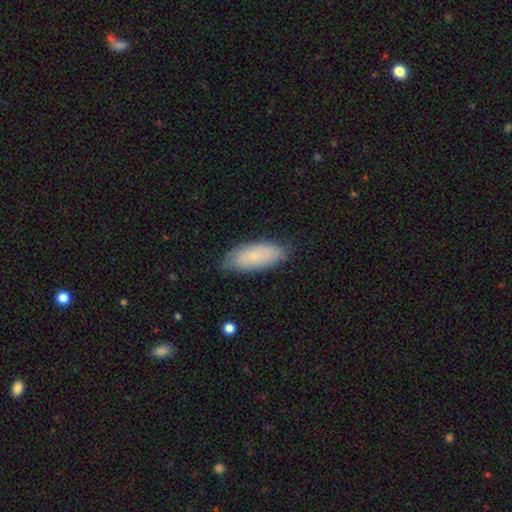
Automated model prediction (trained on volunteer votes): Smooth or featured? smooth (73%)
How rounded? in between (85%)
Merging? none (75%)